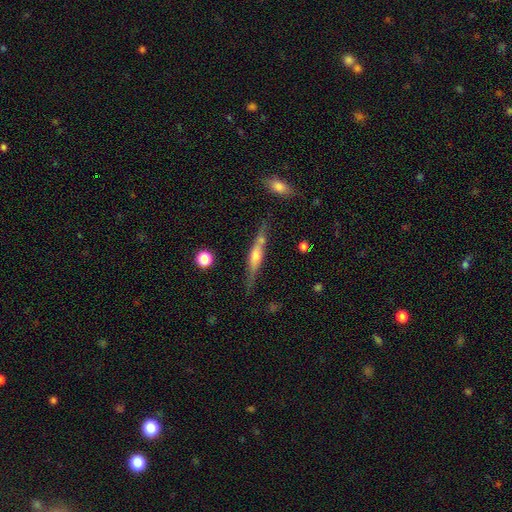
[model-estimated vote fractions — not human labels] Overall: featured or disk (62%; smooth 32%). Edge-on disk: yes (92%). Edge-on bulge: rounded (77%). Merging: none (71%).